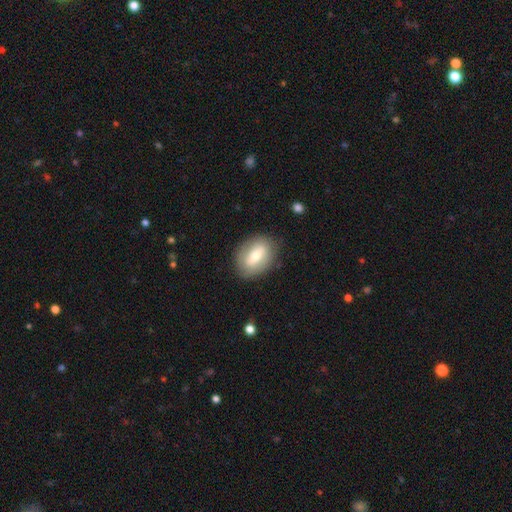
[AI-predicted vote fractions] This is possibly a smooth galaxy (54%). How rounded: likely in between (75%). Merging: clearly none (81%).